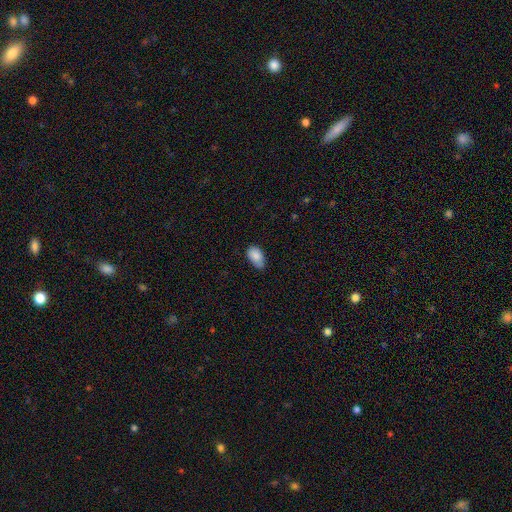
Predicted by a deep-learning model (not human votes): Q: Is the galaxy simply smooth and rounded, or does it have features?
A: smooth — 86%.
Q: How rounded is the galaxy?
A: in between — 92%.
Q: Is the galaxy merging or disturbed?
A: none — 57%.